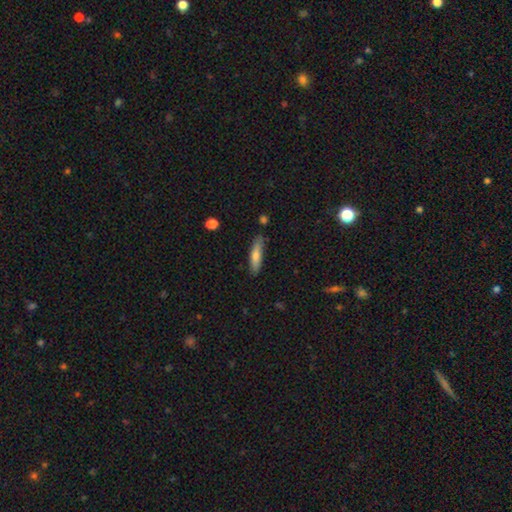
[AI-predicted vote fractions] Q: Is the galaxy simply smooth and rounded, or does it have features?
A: smooth — 65%.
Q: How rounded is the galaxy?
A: cigar-shaped — 79%.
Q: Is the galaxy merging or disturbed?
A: none — 79%.